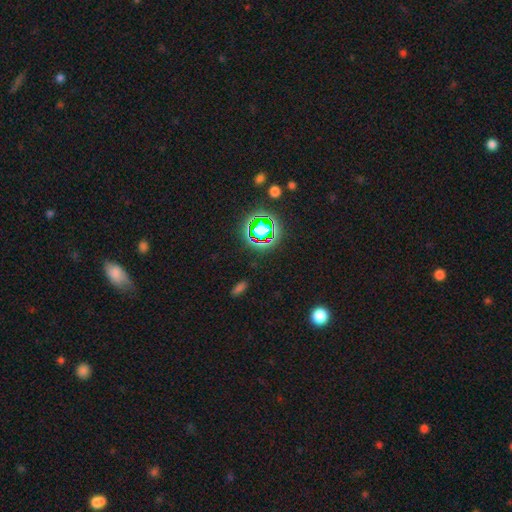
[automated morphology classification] smooth-or-featured: star or artifact: 74% | smooth: 18% | featured or disk: 8%